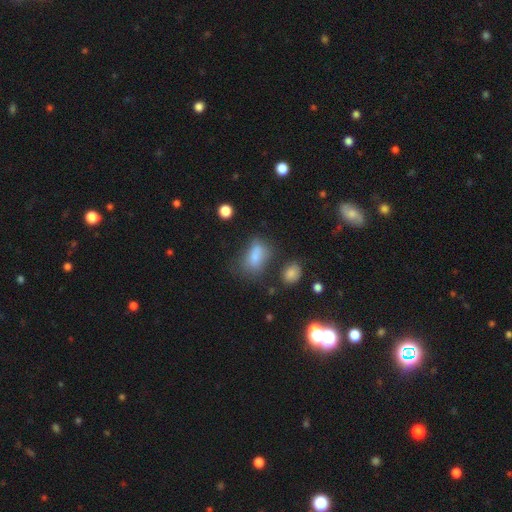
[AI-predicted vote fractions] This appears to be a smooth galaxy with no disk features (76%) that is in between round and cigar-shaped (84%). Merging: none (43%).